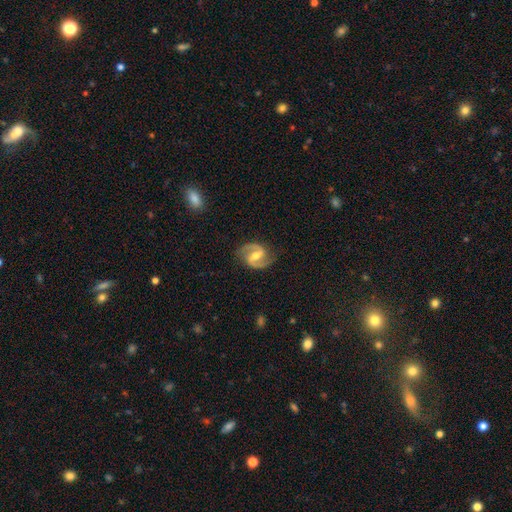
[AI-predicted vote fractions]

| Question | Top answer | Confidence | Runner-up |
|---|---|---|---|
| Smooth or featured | featured or disk | 91% | smooth (5%) |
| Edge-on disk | no | 98% | yes (2%) |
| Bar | weak | 46% | strong (36%) |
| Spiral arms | yes | 98% | no (2%) |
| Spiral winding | medium | 59% | loose (21%) |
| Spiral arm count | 2 | 94% | can't tell (2%) |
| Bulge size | moderate | 64% | small (29%) |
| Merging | none | 85% | minor disturbance (11%) |